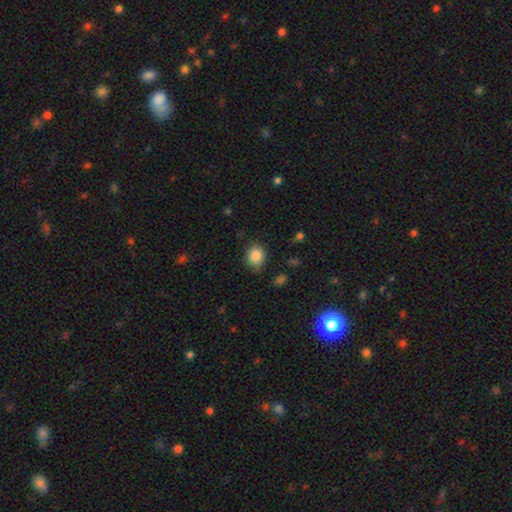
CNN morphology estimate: The model was most divided on "how rounded": round: 61%, in between: 38%, cigar-shaped: 1%. More confident: smooth or featured — smooth (85%); merging — none (74%).